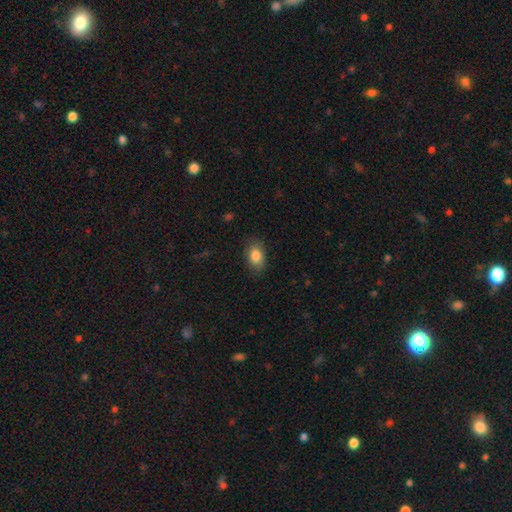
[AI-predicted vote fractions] smooth 85%, star or artifact 8%, featured or disk 7%. Down the decision tree: how rounded — in between (87%); merging — none (83%).